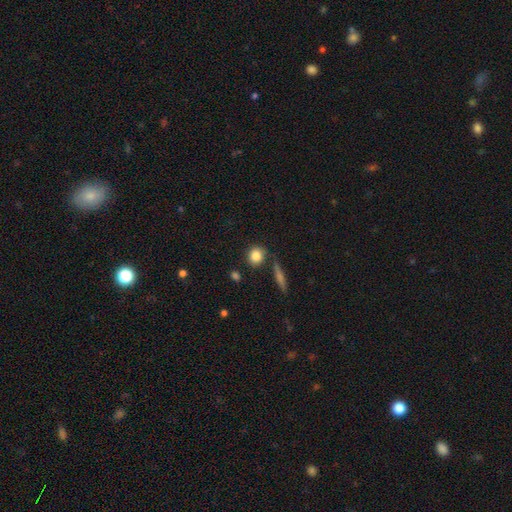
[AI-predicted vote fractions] A smooth galaxy with no disk features (83%) that is round (81%). Merging: none (78%).